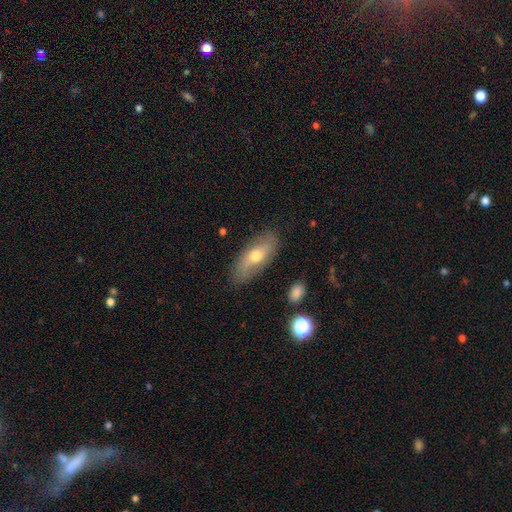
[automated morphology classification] smooth_or_featured: featured or disk (p=0.47) [alt: smooth p=0.44]
merging: none (p=0.81) [alt: minor disturbance p=0.14]